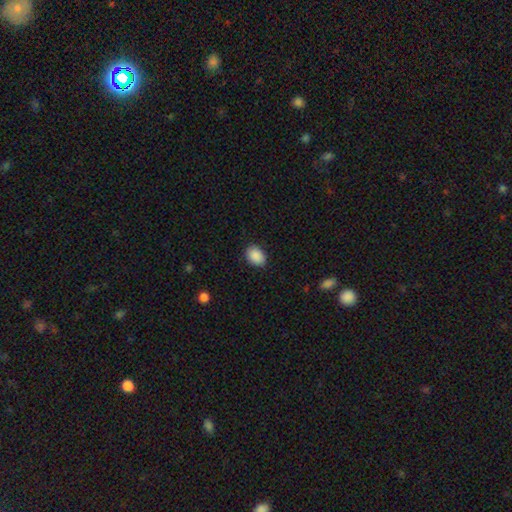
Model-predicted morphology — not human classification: The model was most divided on "how rounded": in between: 75%, round: 24%, cigar-shaped: 1%. More confident: smooth or featured — smooth (90%); merging — none (85%).